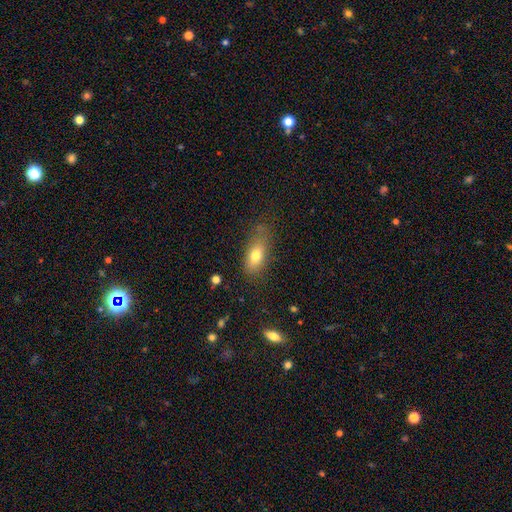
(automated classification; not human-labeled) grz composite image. It shows a smooth galaxy with no disk features (74%) that is in between round and cigar-shaped (81%). Merging: none (62%).